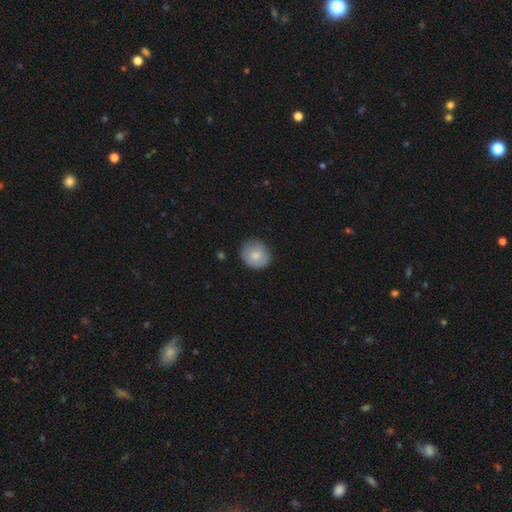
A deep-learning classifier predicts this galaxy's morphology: A smooth galaxy with no disk features (79%) that is round (78%).

Vote fractions:
- Smooth or featured? smooth: 79% / featured or disk: 14% / star or artifact: 7%
- How rounded? round: 78% / in between: 21% / cigar-shaped: 1%
- Merging? none: 79% / minor disturbance: 17% / major disturbance: 3% / merger: 1%